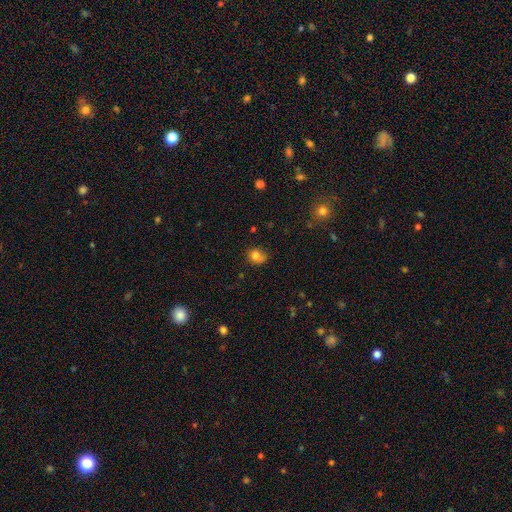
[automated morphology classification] Q: Smooth or featured?
A: smooth (78%); runner-up: star or artifact (12%)
Q: How rounded?
A: round (67%); runner-up: in between (32%)
Q: Merging?
A: none (49%); runner-up: minor disturbance (30%)